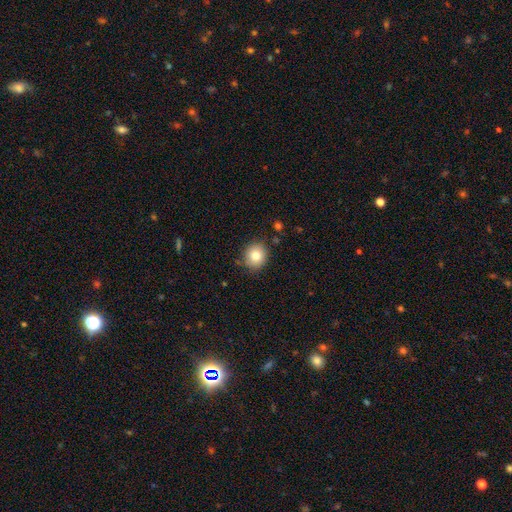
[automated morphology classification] smooth 81%, star or artifact 10%, featured or disk 9%. Down the decision tree: how rounded — round (80%); merging — none (85%).